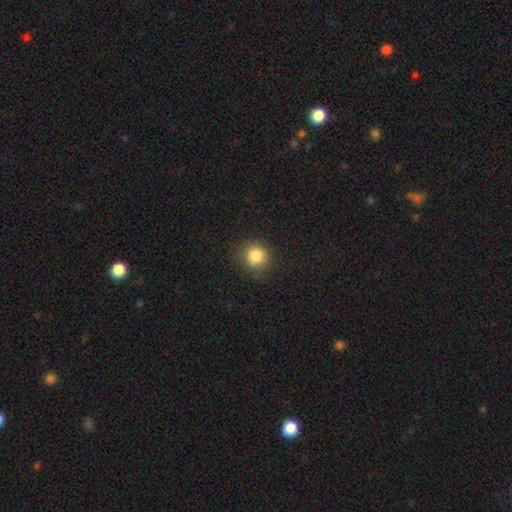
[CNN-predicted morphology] A smooth galaxy with no disk features (84%) that is round (87%). Merging: none (79%).